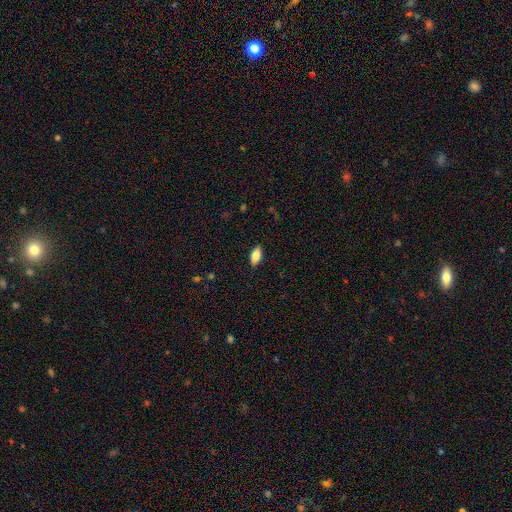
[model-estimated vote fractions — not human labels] This is likely a smooth galaxy (79%). How rounded: clearly in between (88%). Merging: clearly none (88%).